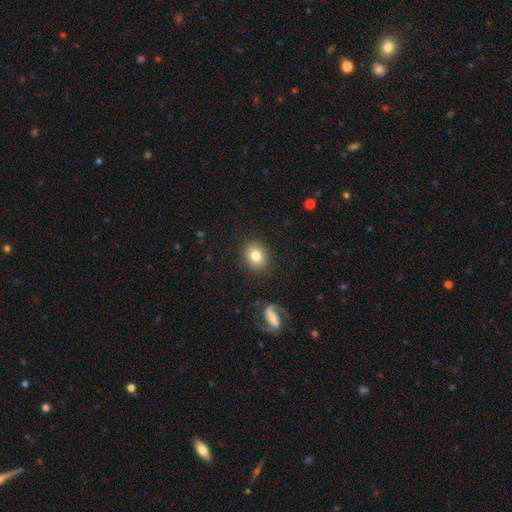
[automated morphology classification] Overall: smooth (79%). How rounded: round (53%; in between 46%). Merging: none (87%).